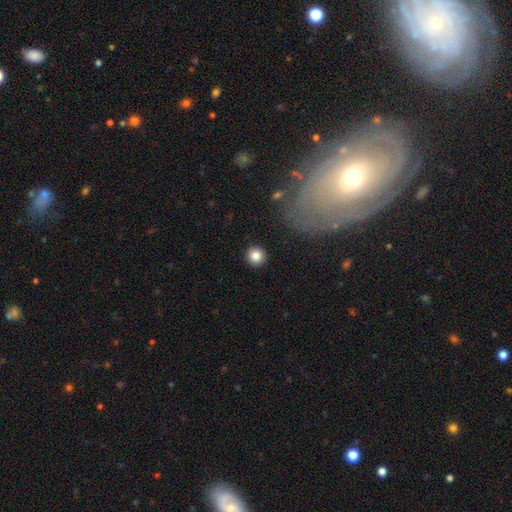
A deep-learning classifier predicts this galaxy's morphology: A smooth galaxy with no disk features (83%) that is round (94%).

Vote fractions:
- Smooth or featured? smooth: 83% / star or artifact: 10% / featured or disk: 7%
- How rounded? round: 94% / in between: 5% / cigar-shaped: 1%
- Merging? none: 92% / minor disturbance: 5% / major disturbance: 2% / merger: 1%